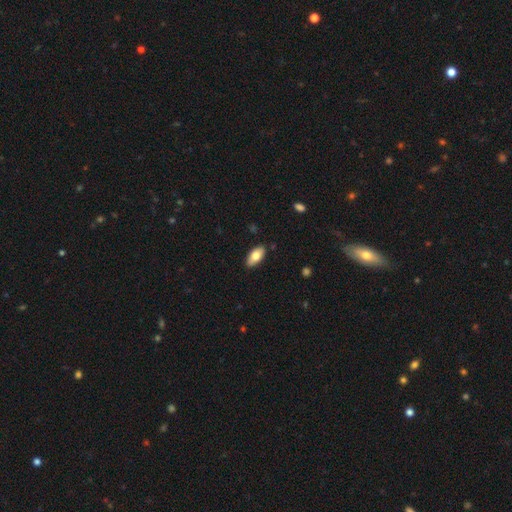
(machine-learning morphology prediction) Smooth or featured? smooth (78%)
How rounded? in between (91%)
Merging? none (87%)